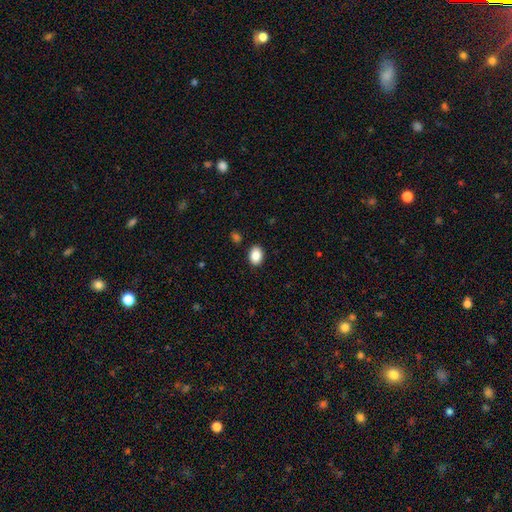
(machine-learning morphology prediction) Smooth or featured? Predicted: smooth (p=0.88). How rounded? Predicted: in between (p=0.75). Merging? Predicted: none (p=0.89).